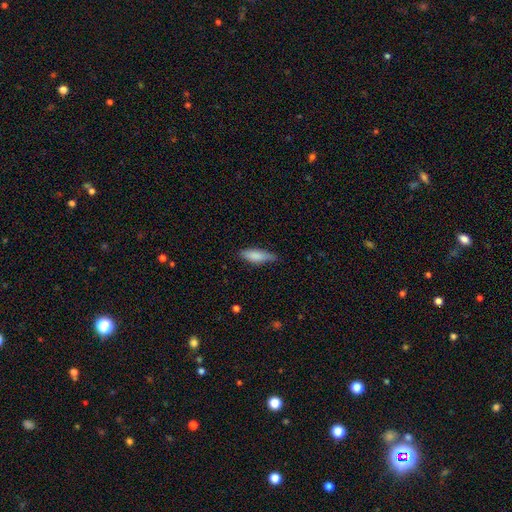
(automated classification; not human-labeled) smooth 82%, featured or disk 12%, star or artifact 6%. Down the decision tree: how rounded — in between (53%); merging — none (67%).